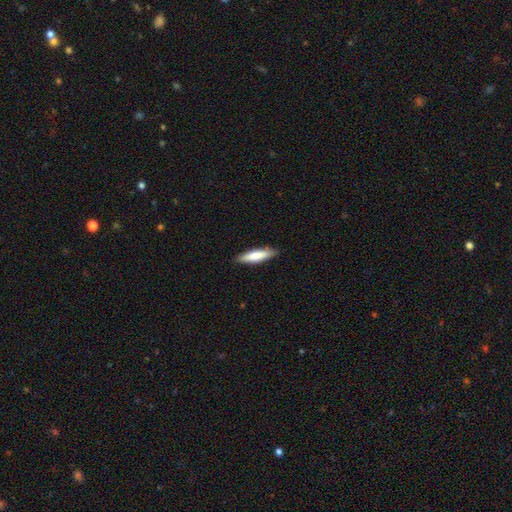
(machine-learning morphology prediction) smooth-or-featured: smooth: 73% | featured or disk: 22% | star or artifact: 5%
  how-rounded: cigar-shaped: 72% | in between: 26% | round: 1%
  merging: none: 87% | minor disturbance: 10% | major disturbance: 2% | merger: 1%